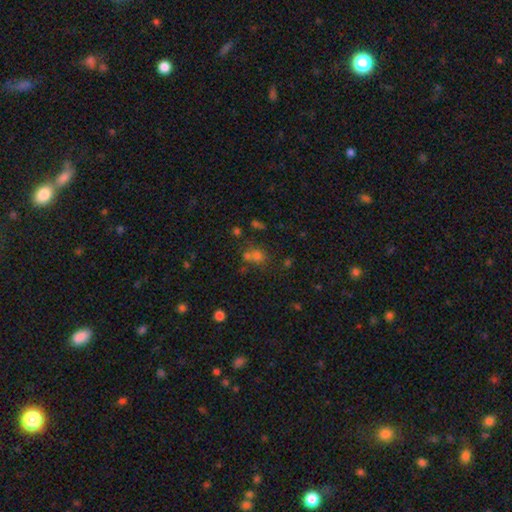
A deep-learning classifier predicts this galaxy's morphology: smooth-or-featured: smooth: 52% | star or artifact: 36% | featured or disk: 12%
  how-rounded: round: 77% | in between: 22% | cigar-shaped: 1%
  merging: none: 54% | merger: 31% | minor disturbance: 10% | major disturbance: 5%